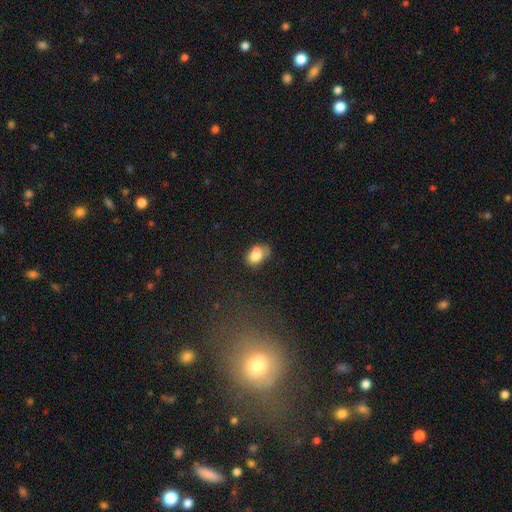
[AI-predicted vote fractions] This is likely a smooth galaxy (76%). How rounded: likely in between (79%). Merging: marginally none (40%).